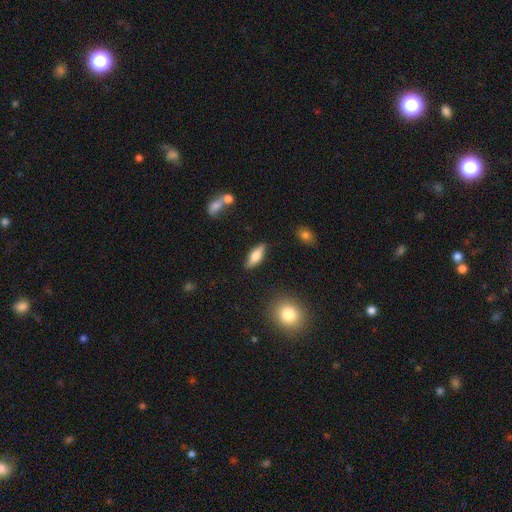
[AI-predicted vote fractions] Morphology: type=smooth (66%); roundness=in between (62%); merging=none (84%).